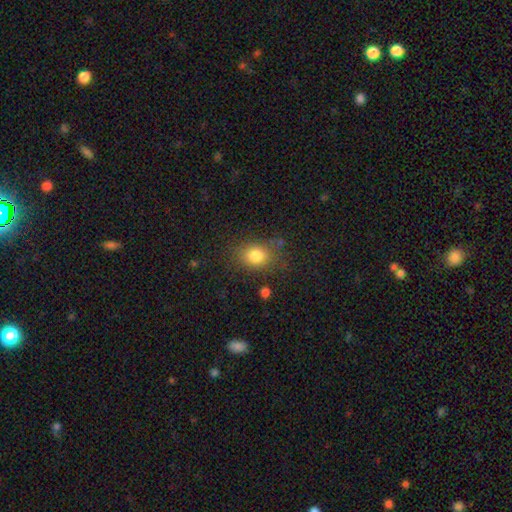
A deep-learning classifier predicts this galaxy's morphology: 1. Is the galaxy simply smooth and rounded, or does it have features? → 81% smooth, 11% star or artifact, 8% featured or disk.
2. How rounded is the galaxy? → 54% in between, 45% round, 1% cigar-shaped.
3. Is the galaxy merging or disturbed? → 76% none, 15% minor disturbance, 6% major disturbance, 3% merger.